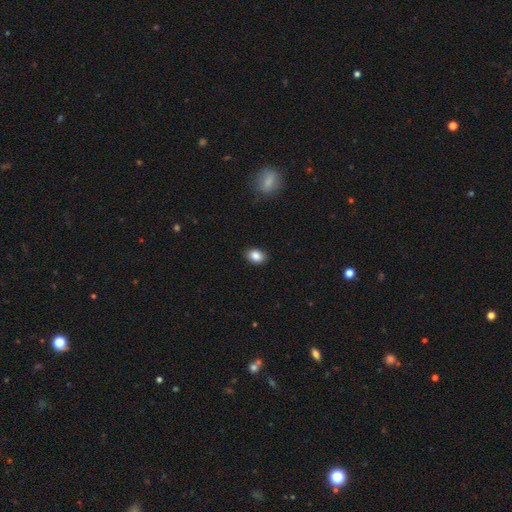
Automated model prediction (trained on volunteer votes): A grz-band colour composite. It shows a smooth galaxy with no disk features (86%) that is in between round and cigar-shaped (75%). Merging: none (88%).